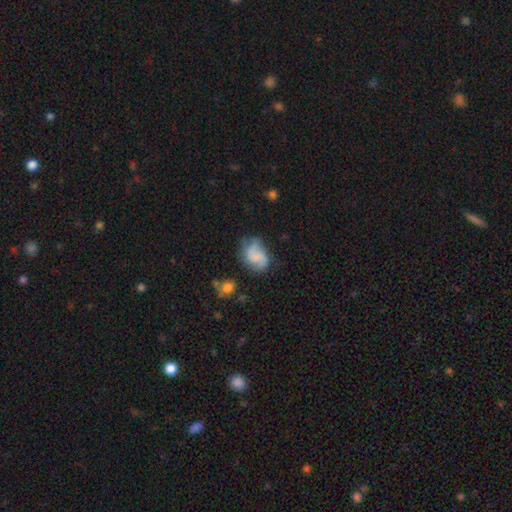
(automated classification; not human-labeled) This is possibly a smooth galaxy (53%). How rounded: likely in between (73%). Merging: possibly none (50%).